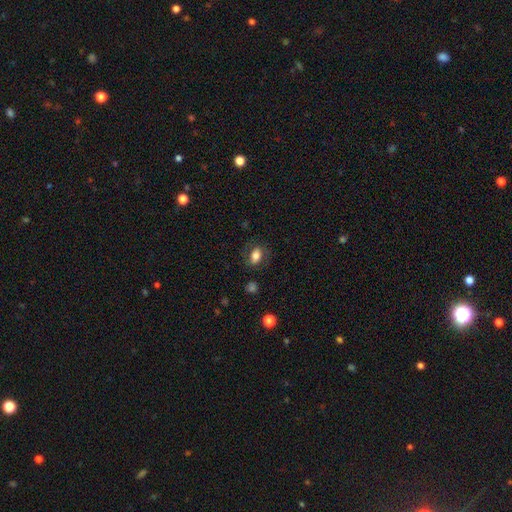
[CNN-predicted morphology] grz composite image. It shows a smooth galaxy with no disk features (72%) that is in between round and cigar-shaped (80%). Merging: none (74%).